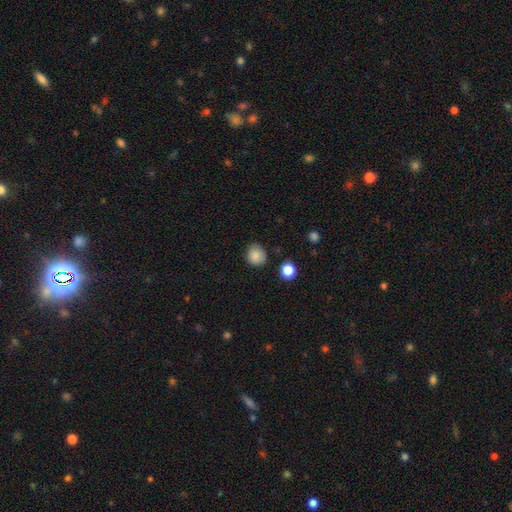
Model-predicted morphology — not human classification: smooth_or_featured: smooth (p=0.85) [alt: star or artifact p=0.10]
how_rounded: round (p=0.85) [alt: in between p=0.14]
merging: none (p=0.83) [alt: minor disturbance p=0.13]